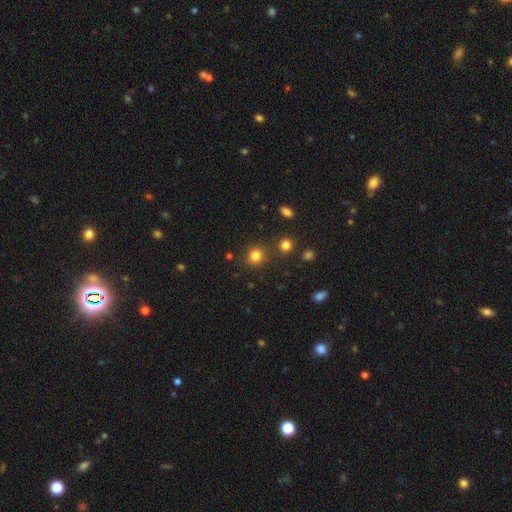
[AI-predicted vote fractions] Overall: smooth (82%). How rounded: round (88%). Merging: none (84%).